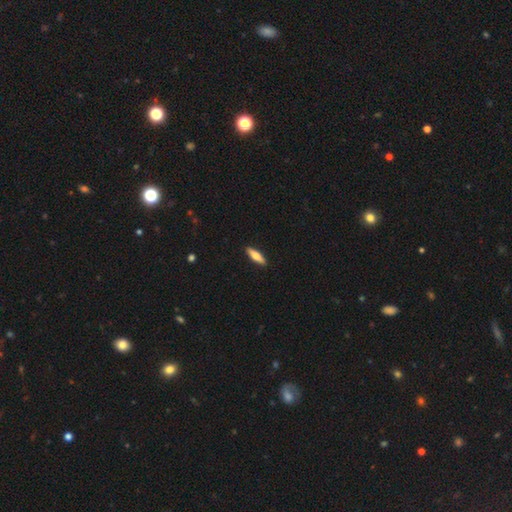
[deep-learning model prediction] smooth_or_featured: smooth (p=0.66) [alt: featured or disk p=0.28]
how_rounded: cigar-shaped (p=0.58) [alt: in between p=0.40]
merging: none (p=0.91) [alt: minor disturbance p=0.06]